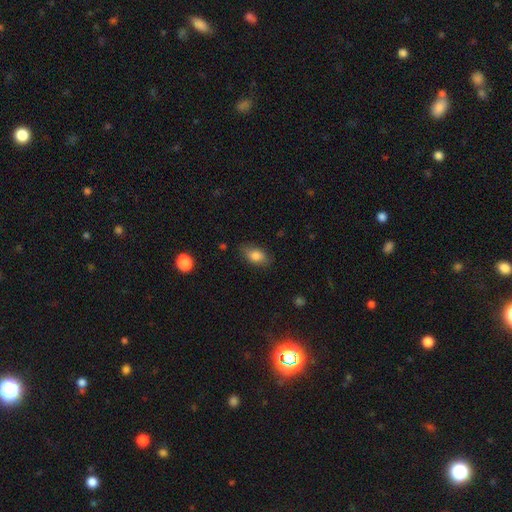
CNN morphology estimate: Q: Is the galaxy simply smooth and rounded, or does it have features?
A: smooth — 82%.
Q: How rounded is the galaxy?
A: in between — 86%.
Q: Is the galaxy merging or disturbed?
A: none — 77%.